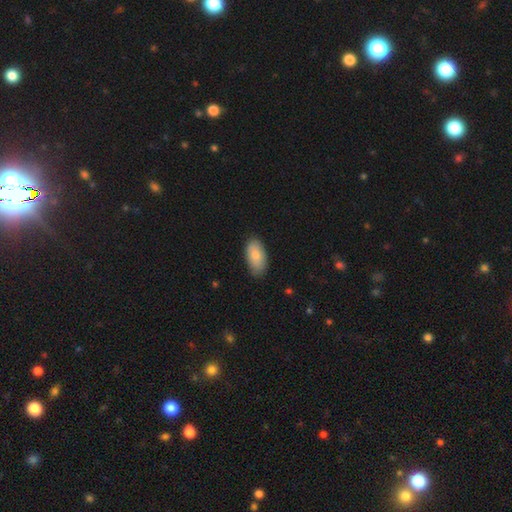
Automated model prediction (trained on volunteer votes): Smooth or featured? Predicted: smooth (p=0.82). How rounded? Predicted: in between (p=0.94). Merging? Predicted: none (p=0.81).